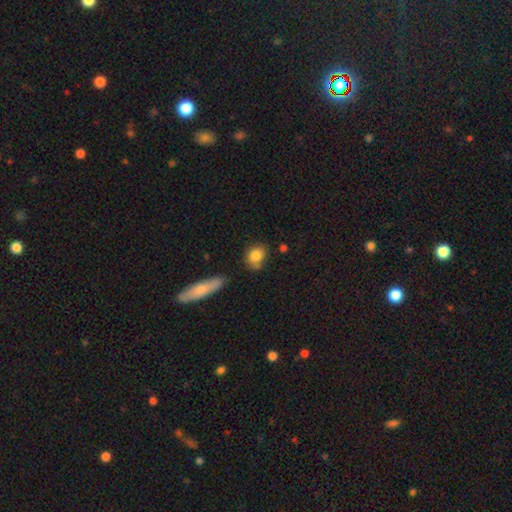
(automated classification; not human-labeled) Smooth or featured: smooth — 83% (featured or disk — 9%)
How rounded: round — 53% (in between — 44%)
Merging: none — 61% (minor disturbance — 26%)